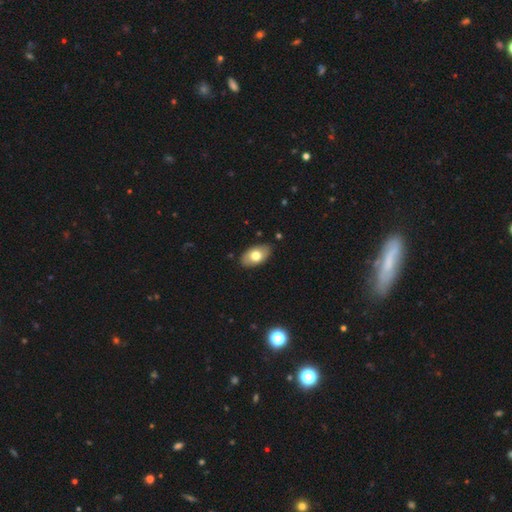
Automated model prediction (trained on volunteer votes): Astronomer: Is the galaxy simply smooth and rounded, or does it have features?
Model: smooth — 72%.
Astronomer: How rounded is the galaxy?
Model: in between — 92%.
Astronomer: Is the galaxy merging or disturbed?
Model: none — 85%.